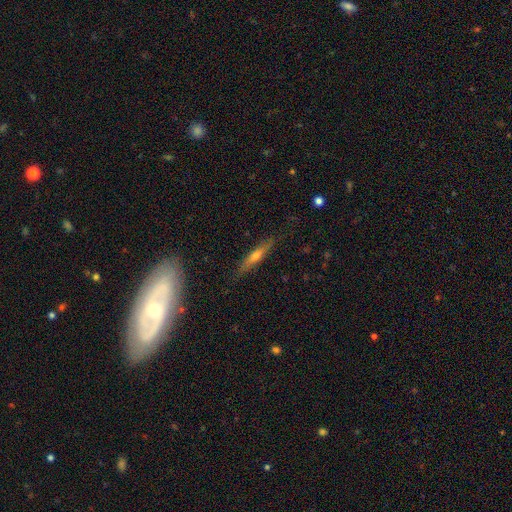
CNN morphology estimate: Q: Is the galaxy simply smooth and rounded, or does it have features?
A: featured or disk — 49%.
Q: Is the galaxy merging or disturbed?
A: none — 85%.